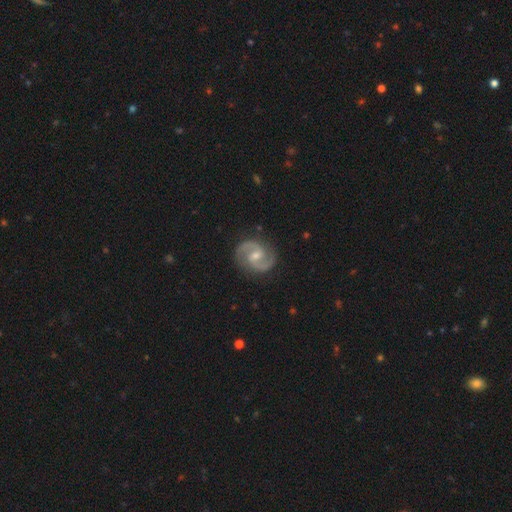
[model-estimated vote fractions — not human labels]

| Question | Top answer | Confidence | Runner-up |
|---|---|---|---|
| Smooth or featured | featured or disk | 91% | smooth (5%) |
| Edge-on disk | no | 98% | yes (2%) |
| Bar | weak | 52% | no (32%) |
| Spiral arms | yes | 98% | no (2%) |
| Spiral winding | medium | 64% | tight (20%) |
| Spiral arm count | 2 | 94% | can't tell (2%) |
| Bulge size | small | 48% | moderate (46%) |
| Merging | none | 87% | minor disturbance (10%) |